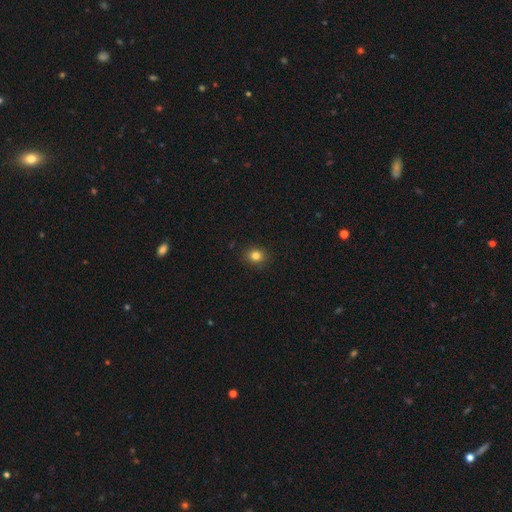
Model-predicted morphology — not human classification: smooth-or-featured: smooth: 83% | star or artifact: 12% | featured or disk: 5%
  how-rounded: round: 75% | in between: 24% | cigar-shaped: 1%
  merging: none: 90% | minor disturbance: 7% | major disturbance: 2% | merger: 1%